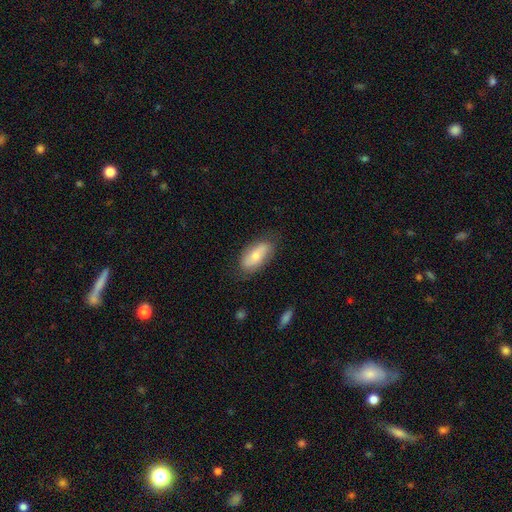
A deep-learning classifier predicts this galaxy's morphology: A smooth galaxy with no disk features (62%) that is in between round and cigar-shaped (88%).

Vote fractions:
- Smooth or featured? smooth: 62% / featured or disk: 32% / star or artifact: 6%
- How rounded? in between: 88% / cigar-shaped: 8% / round: 3%
- Merging? none: 76% / minor disturbance: 18% / major disturbance: 5% / merger: 1%